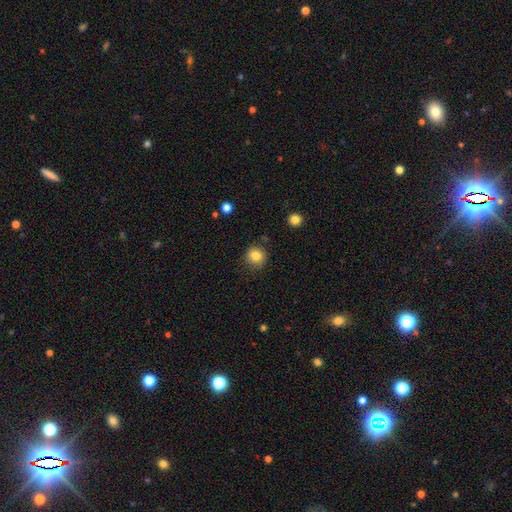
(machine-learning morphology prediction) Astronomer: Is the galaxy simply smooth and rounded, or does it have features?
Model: smooth — 84%.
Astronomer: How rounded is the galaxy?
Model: round — 91%.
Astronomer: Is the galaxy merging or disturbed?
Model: none — 87%.